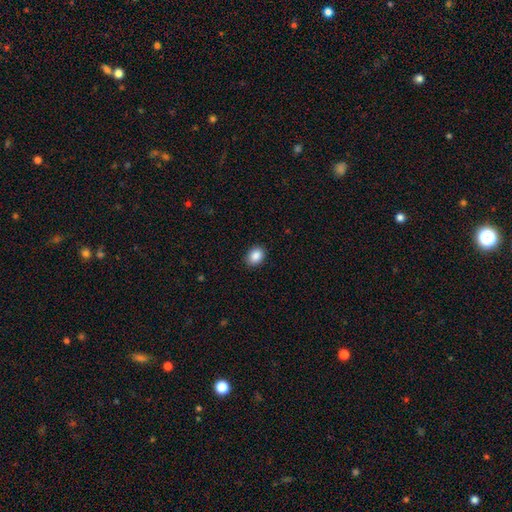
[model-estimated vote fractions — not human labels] Morphology: type=smooth (88%); roundness=in between (60%); merging=none (89%).